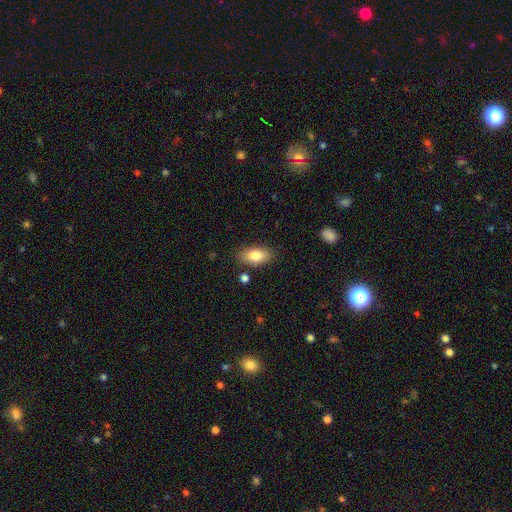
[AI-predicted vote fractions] Smooth or featured?
  - smooth: 82% *
  - featured or disk: 11%
  - star or artifact: 7%
How rounded?
  - in between: 90% *
  - cigar-shaped: 6%
  - round: 4%
Merging?
  - none: 83% *
  - minor disturbance: 12%
  - merger: 3%
  - major disturbance: 3%